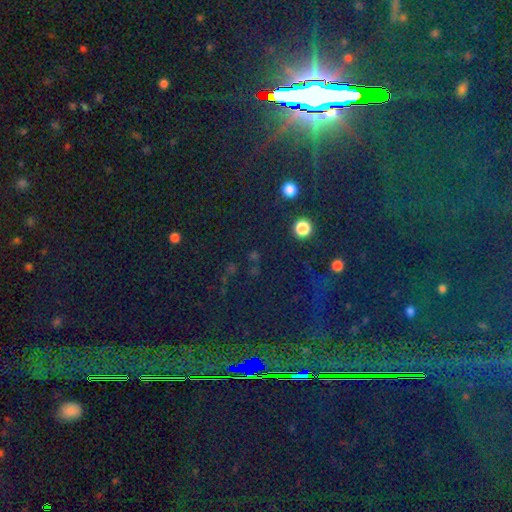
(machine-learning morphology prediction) This appears to be a star or artifact, not a galaxy (82%).